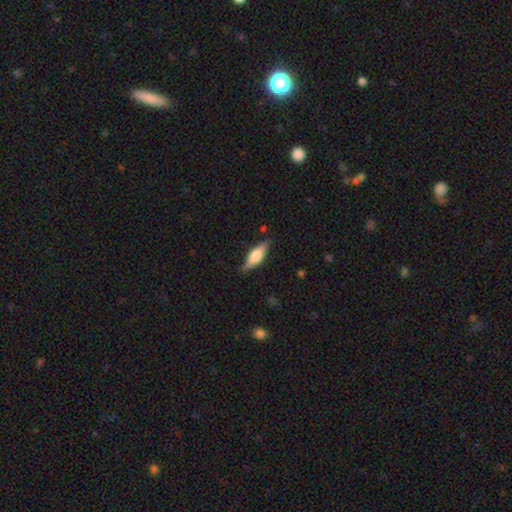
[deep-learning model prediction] The model was most divided on "smooth or featured": smooth: 48%, featured or disk: 45%, star or artifact: 6%. More confident: merging — none (82%).